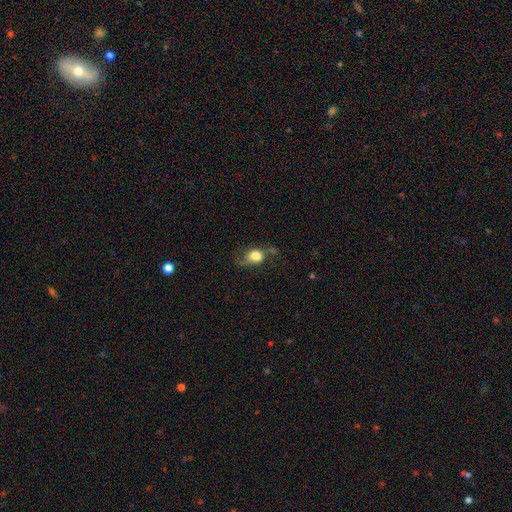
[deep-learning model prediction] smooth 71%, featured or disk 19%, star or artifact 10%. Down the decision tree: how rounded — in between (52%); merging — none (44%).